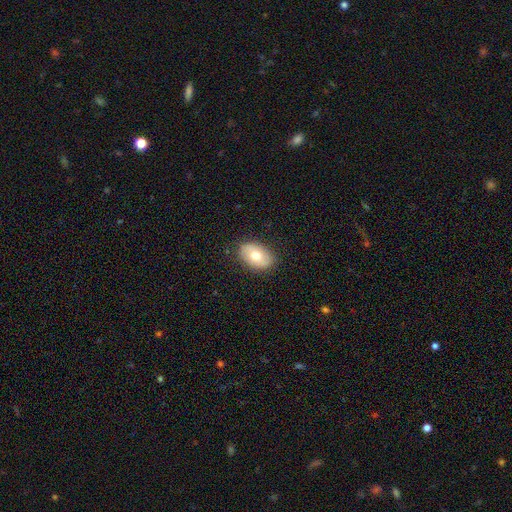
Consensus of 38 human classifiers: A smooth galaxy with no disk features (82%) that is in between round and cigar-shaped (84%). Merging: none (86%).